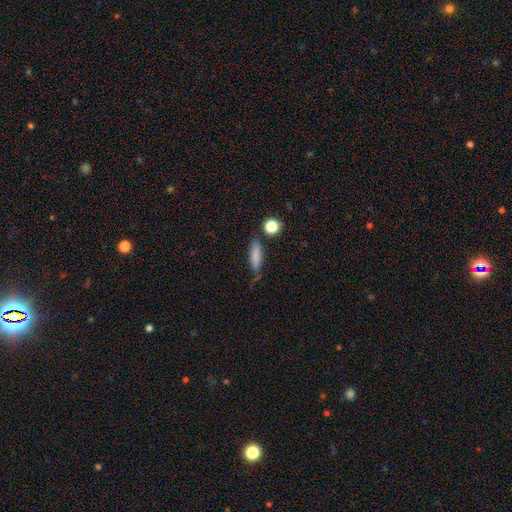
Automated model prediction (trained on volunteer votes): This appears to be a smooth galaxy with no disk features (80%) that is cigar-shaped (52%). Merging: none (64%).